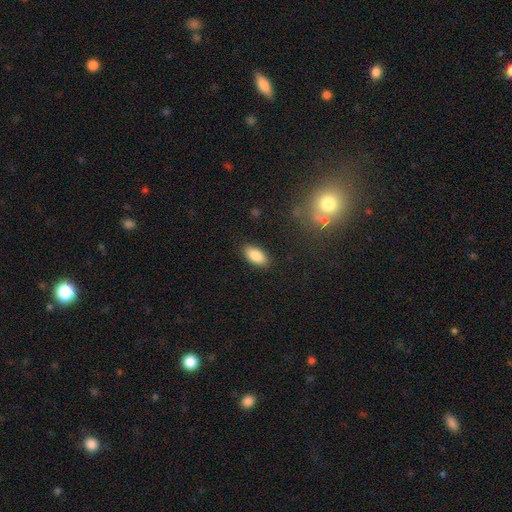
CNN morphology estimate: Smooth or featured: smooth — 88% (star or artifact — 7%)
How rounded: in between — 93% (cigar-shaped — 4%)
Merging: none — 88% (minor disturbance — 9%)